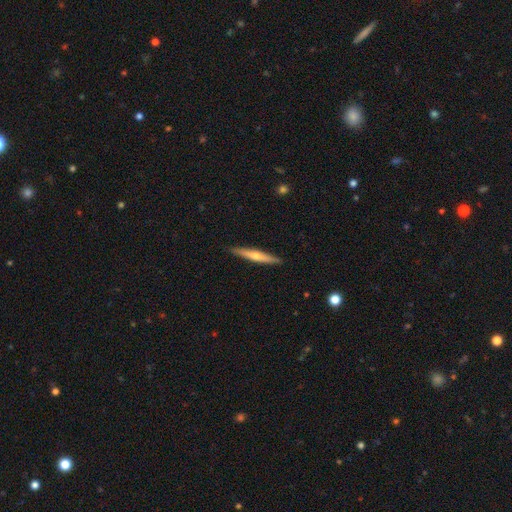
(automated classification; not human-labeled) This appears to be a featured or disk galaxy (59%) viewed edge-on (96%) with a rounded central bulge (78%). Merging: none (91%).